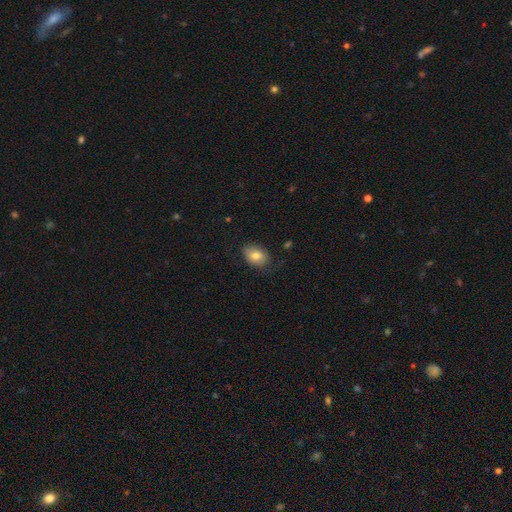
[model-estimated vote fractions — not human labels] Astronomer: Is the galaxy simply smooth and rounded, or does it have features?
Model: smooth — 78%.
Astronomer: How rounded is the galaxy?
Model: in between — 81%.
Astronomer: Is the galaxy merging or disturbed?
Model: none — 72%.